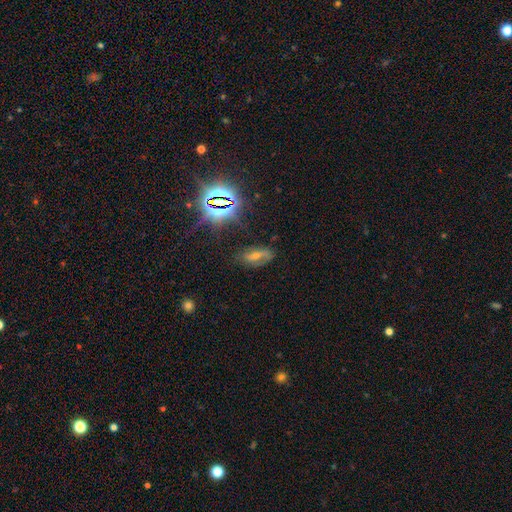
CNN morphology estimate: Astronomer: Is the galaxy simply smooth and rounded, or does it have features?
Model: star or artifact — 44% (runner-up: featured or disk, 35%).